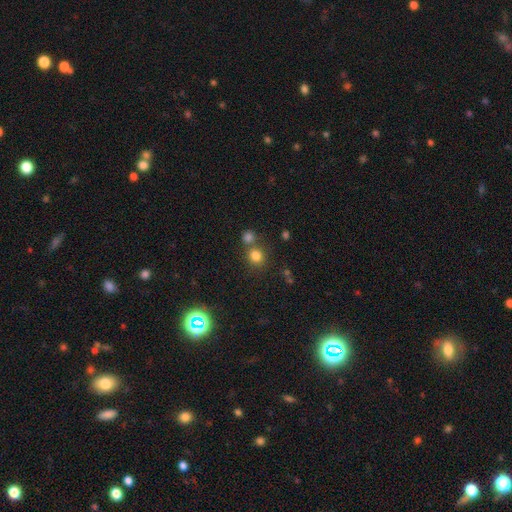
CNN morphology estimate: This appears to be a smooth galaxy with no disk features (79%) that is round (87%). Merging: none (64%).